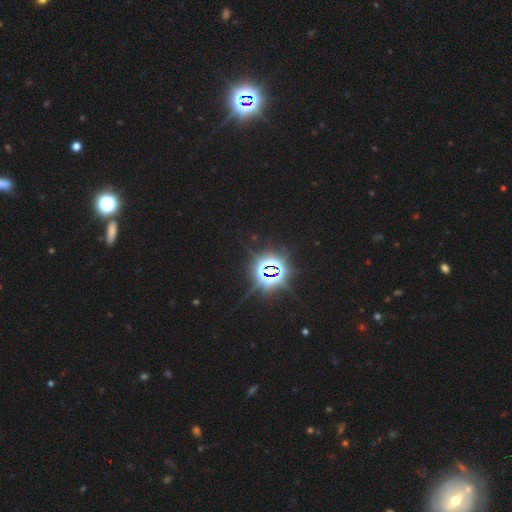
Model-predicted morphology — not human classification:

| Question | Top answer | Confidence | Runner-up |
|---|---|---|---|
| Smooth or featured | star or artifact | 84% | smooth (10%) |